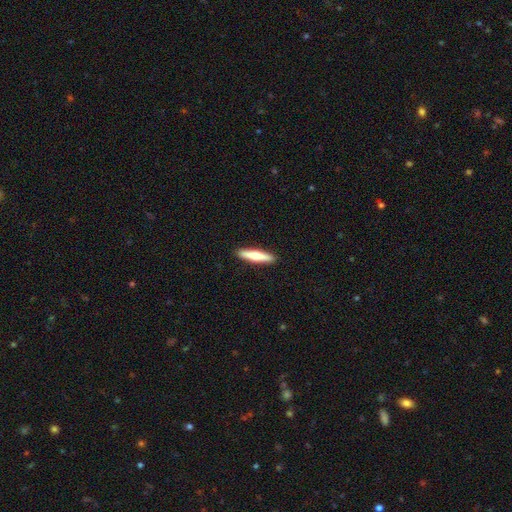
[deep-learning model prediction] The model was most divided on "smooth or featured": smooth: 58%, featured or disk: 37%, star or artifact: 5%. More confident: merging — none (92%); how rounded — cigar-shaped (86%).